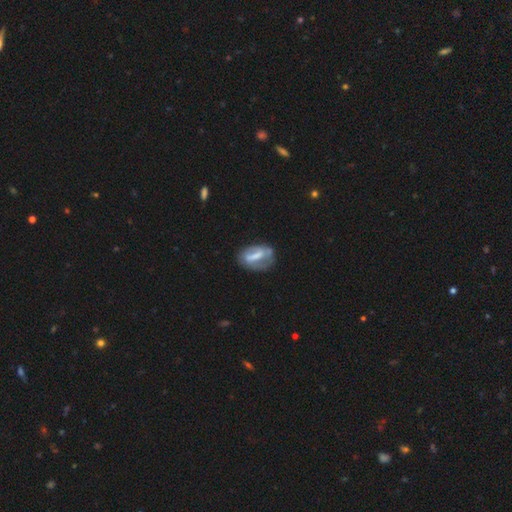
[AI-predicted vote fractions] smooth-or-featured: featured or disk: 51% | smooth: 41% | star or artifact: 7%
  disk-edge-on: no: 92% | yes: 8%
  merging: none: 52% | minor disturbance: 28% | major disturbance: 16% | merger: 4%